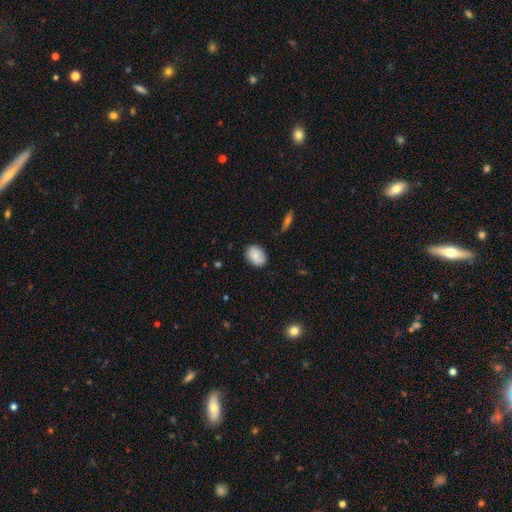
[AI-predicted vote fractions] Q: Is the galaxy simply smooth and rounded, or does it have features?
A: smooth — 81%.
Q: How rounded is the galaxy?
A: in between — 76%.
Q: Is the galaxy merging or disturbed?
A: none — 81%.